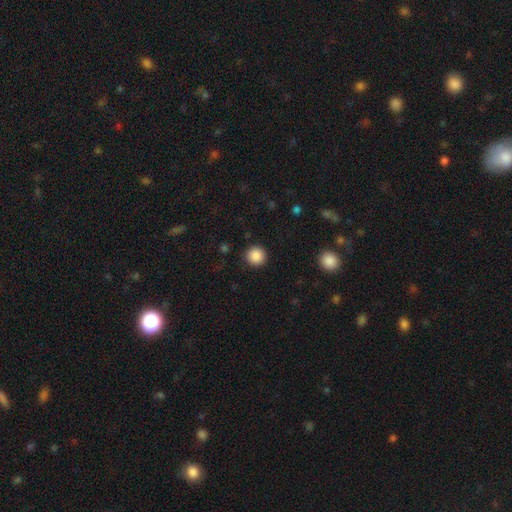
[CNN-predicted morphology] smooth-or-featured: smooth: 88% | star or artifact: 9% | featured or disk: 3%
  how-rounded: round: 94% | in between: 5% | cigar-shaped: 1%
  merging: none: 91% | minor disturbance: 6% | major disturbance: 2% | merger: 1%